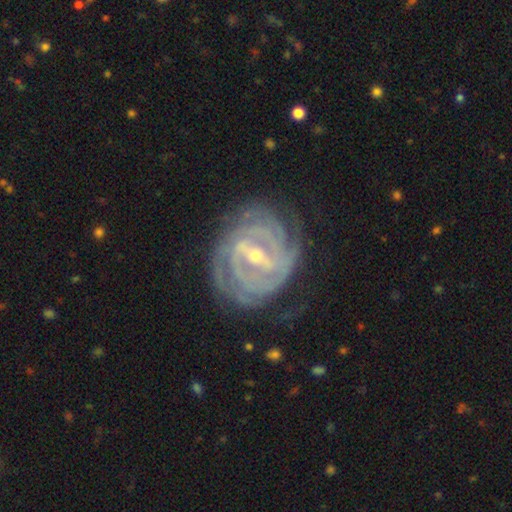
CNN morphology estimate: This appears to be a featured or disk galaxy (91%) with a strong bar (53%), tight (76%) spiral arms (97%) and a small central bulge (61%). Merging: none (73%).